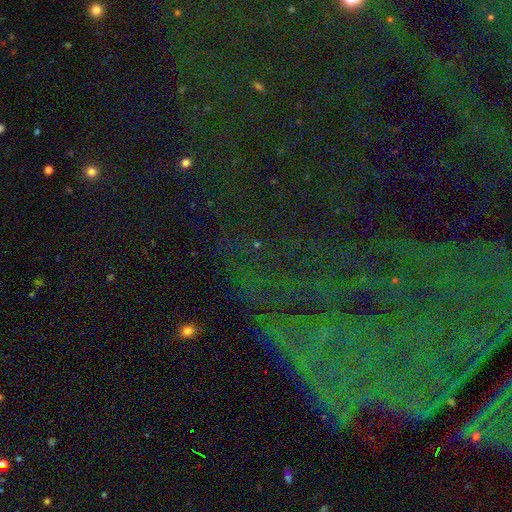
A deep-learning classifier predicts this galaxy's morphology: Overall: star or artifact (78%).